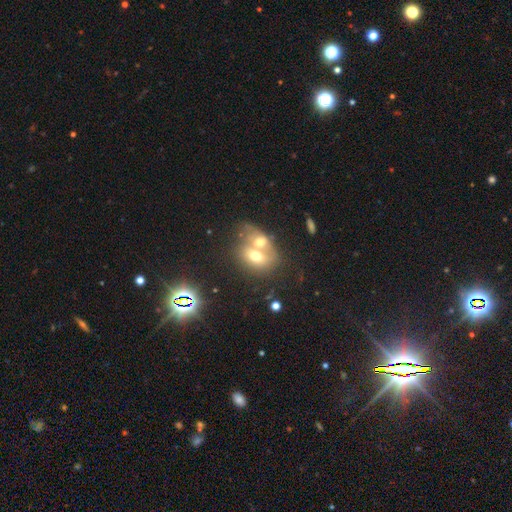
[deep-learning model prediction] Morphology: type=smooth (59%); roundness=in between (65%); merging=merger (73%).